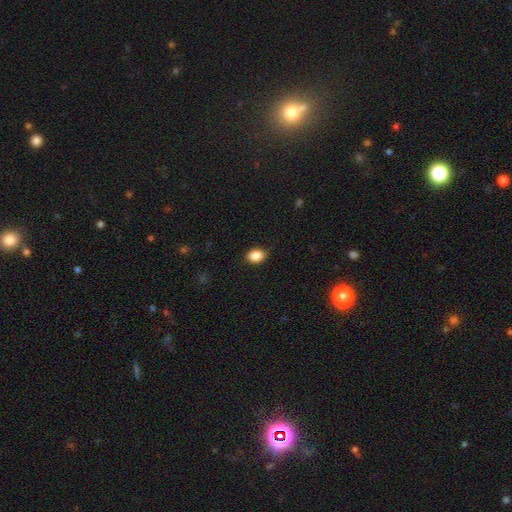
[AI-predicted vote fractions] Overall: smooth (88%). How rounded: in between (76%). Merging: none (86%).